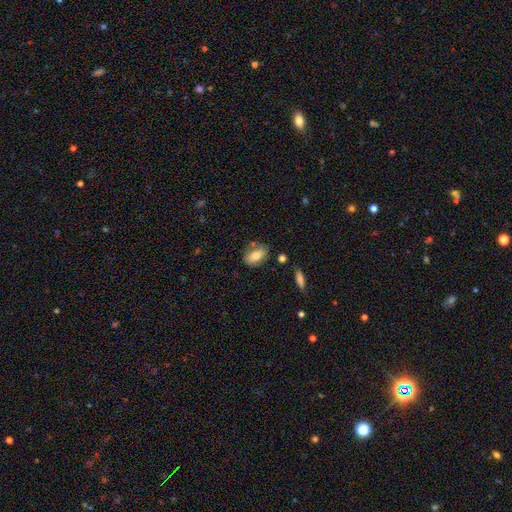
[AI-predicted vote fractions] smooth-or-featured: smooth: 75% | featured or disk: 18% | star or artifact: 8%
  how-rounded: in between: 86% | round: 11% | cigar-shaped: 3%
  merging: none: 70% | minor disturbance: 19% | merger: 7% | major disturbance: 4%